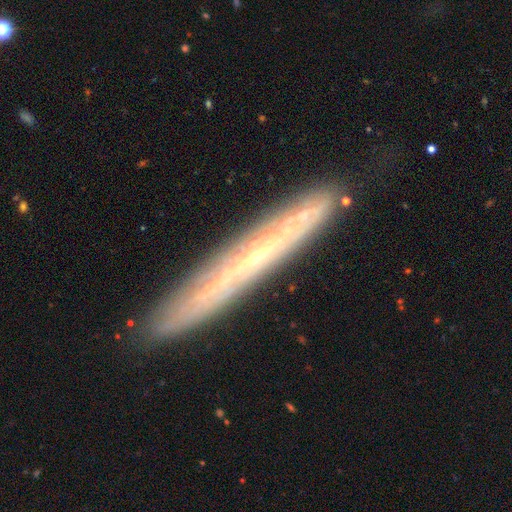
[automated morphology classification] Smooth or featured: featured or disk — 75% (smooth — 18%)
Edge-on disk: yes — 79% (no — 21%)
Edge-on bulge: none — 50% (rounded — 47%)
Merging: none — 84% (minor disturbance — 12%)